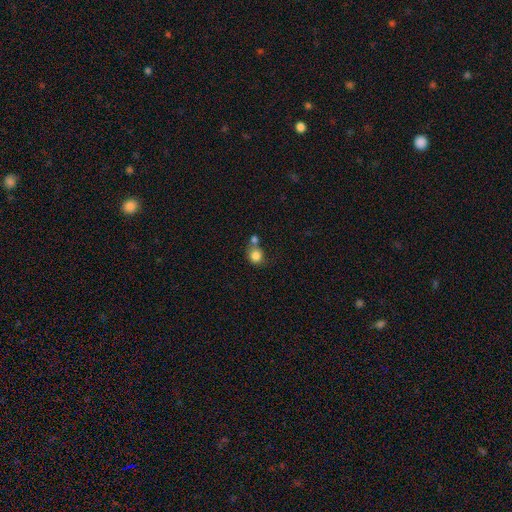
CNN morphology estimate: Smooth or featured: smooth — 83% (star or artifact — 10%)
How rounded: round — 84% (in between — 15%)
Merging: none — 48% (merger — 35%)